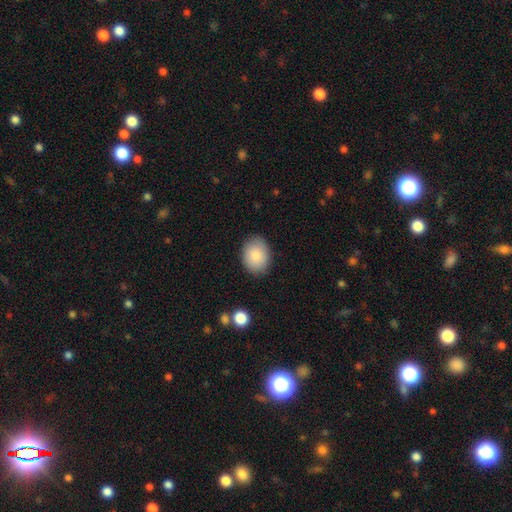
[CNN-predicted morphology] Smooth or featured? smooth (85%)
How rounded? in between (60%)
Merging? none (84%)